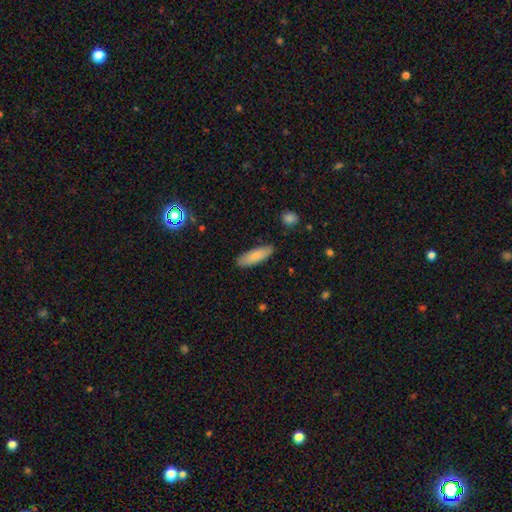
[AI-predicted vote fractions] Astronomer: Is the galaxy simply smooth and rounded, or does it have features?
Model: smooth — 82%.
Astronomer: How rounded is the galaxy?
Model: in between — 51% (runner-up: cigar-shaped, 47%).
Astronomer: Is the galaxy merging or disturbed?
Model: none — 87%.